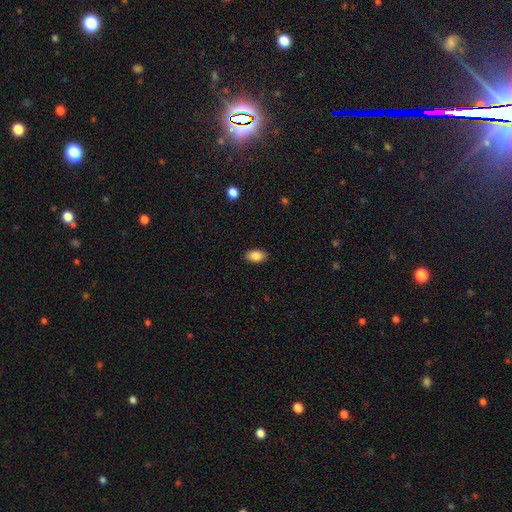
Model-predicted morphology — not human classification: Smooth or featured? smooth (87%)
How rounded? in between (91%)
Merging? none (89%)